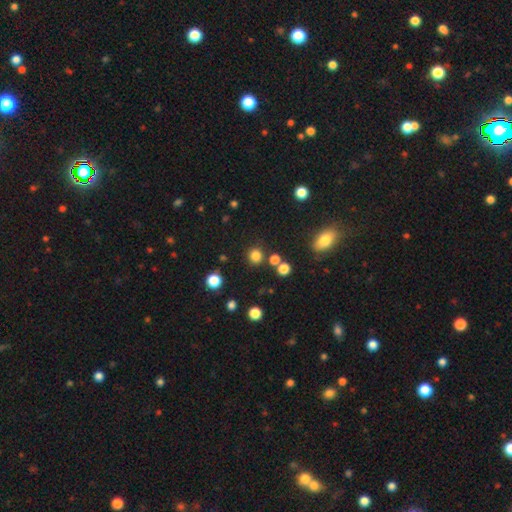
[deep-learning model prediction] Smooth or featured: smooth — 79% (star or artifact — 16%)
How rounded: round — 91% (in between — 8%)
Merging: none — 83% (minor disturbance — 8%)